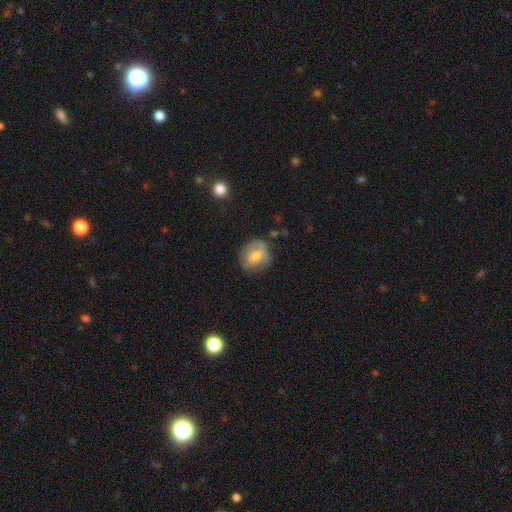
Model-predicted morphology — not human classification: Smooth or featured: smooth — 55% (featured or disk — 37%)
How rounded: round — 64% (in between — 34%)
Merging: none — 62% (minor disturbance — 26%)